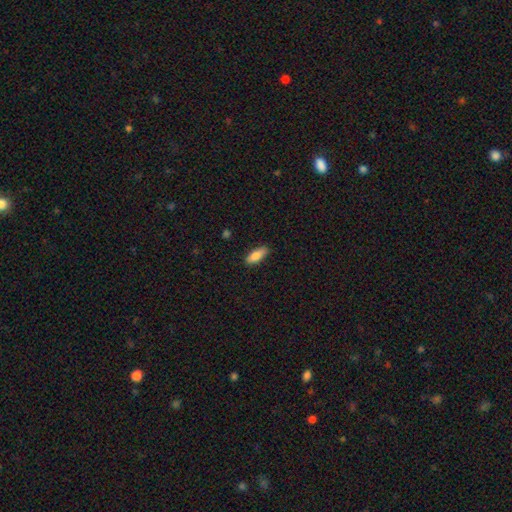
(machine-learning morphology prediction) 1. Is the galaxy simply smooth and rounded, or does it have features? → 84% smooth, 10% featured or disk, 6% star or artifact.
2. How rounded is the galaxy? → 74% in between, 24% cigar-shaped, 2% round.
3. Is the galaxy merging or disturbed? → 85% none, 11% minor disturbance, 2% major disturbance, 1% merger.